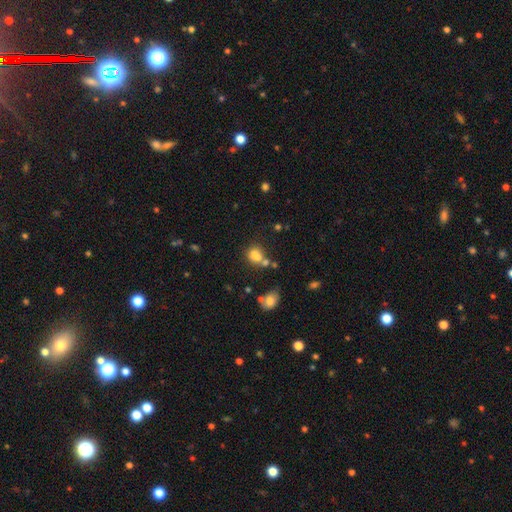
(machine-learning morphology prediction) This appears to be a smooth galaxy with no disk features (75%) that is round (62%). Merging: none (42%).